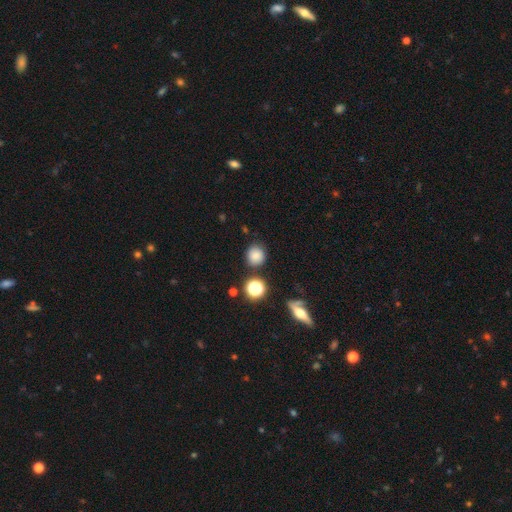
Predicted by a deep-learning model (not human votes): The model was most divided on "smooth or featured": smooth: 79%, star or artifact: 14%, featured or disk: 7%. More confident: how rounded — round (85%); merging — none (81%).